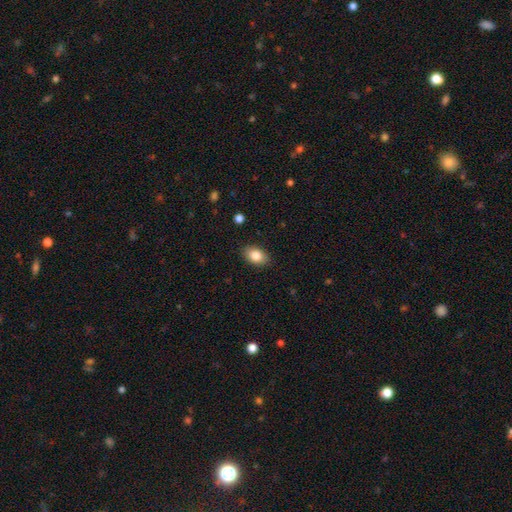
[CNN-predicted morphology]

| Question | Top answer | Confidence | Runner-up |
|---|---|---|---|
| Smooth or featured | smooth | 84% | featured or disk (9%) |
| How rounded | in between | 87% | round (12%) |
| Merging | none | 87% | minor disturbance (9%) |